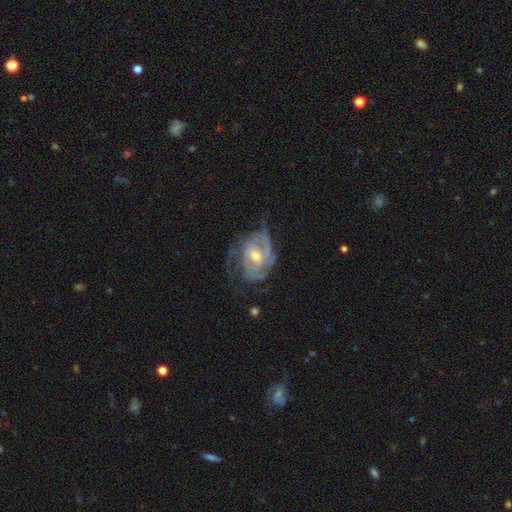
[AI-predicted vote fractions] Smooth or featured? Predicted: featured or disk (p=0.82). Edge-on disk? Predicted: no (p=0.96). Bar? Predicted: no (p=0.51). Spiral arms? Predicted: yes (p=0.88). Spiral winding? Predicted: tight (p=0.51). Spiral arm count? Predicted: can't tell (p=0.34). Bulge size? Predicted: moderate (p=0.53). Merging? Predicted: none (p=0.50).